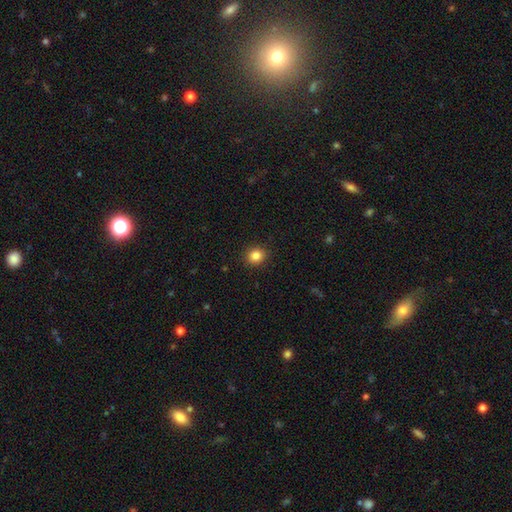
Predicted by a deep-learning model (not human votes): Morphology: type=smooth (84%); roundness=round (82%); merging=none (91%).